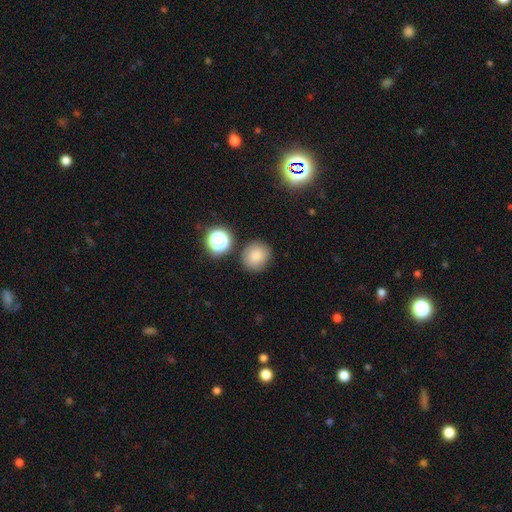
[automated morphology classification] smooth 80%, star or artifact 12%, featured or disk 8%. Down the decision tree: how rounded — round (80%); merging — none (81%).